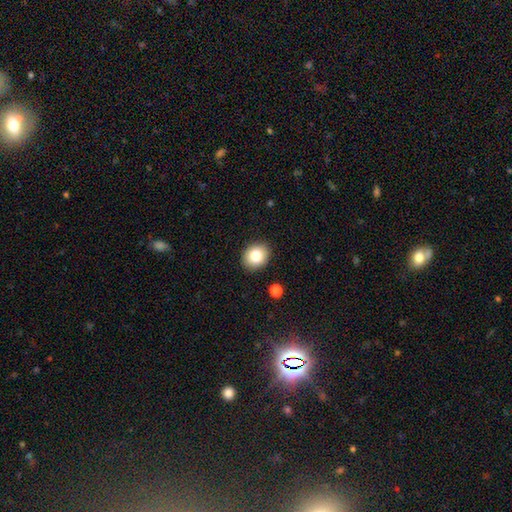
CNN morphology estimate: Overall: smooth (83%). How rounded: round (59%; in between 40%). Merging: none (89%).